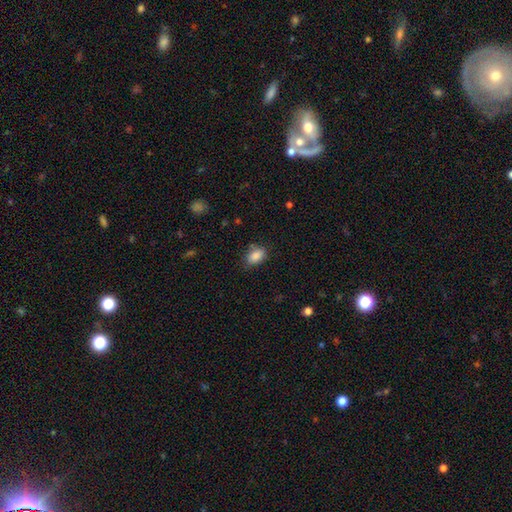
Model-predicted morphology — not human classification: type=smooth (87%); roundness=in between (85%); merging=none (77%).